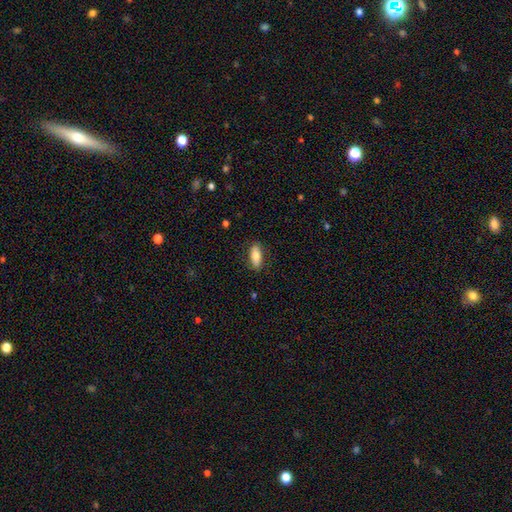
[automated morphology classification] smooth 77%, featured or disk 17%, star or artifact 6%. Down the decision tree: how rounded — in between (81%); merging — none (85%).